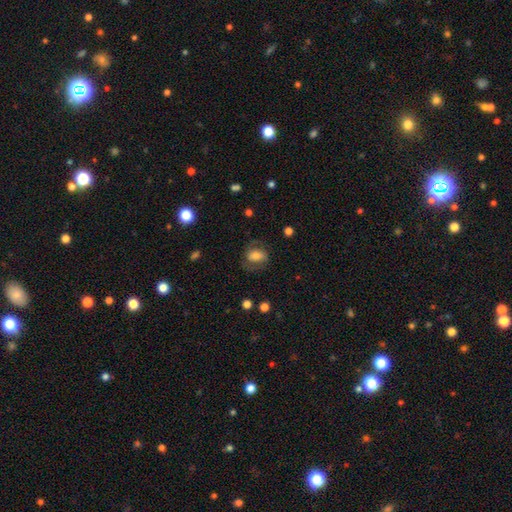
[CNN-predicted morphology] The model was most divided on "smooth or featured": smooth: 59%, featured or disk: 32%, star or artifact: 9%. More confident: how rounded — in between (74%); merging — none (64%).